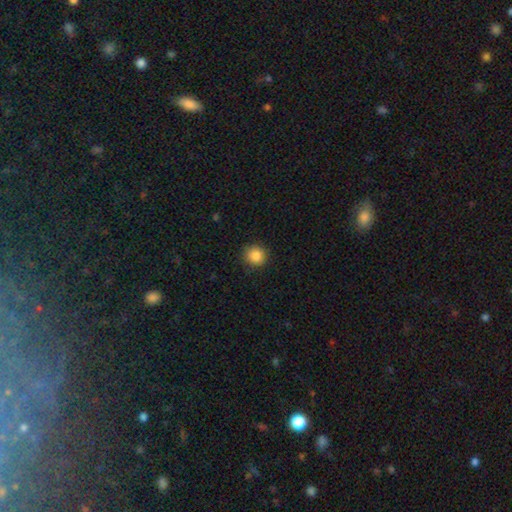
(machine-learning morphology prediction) Smooth or featured: smooth — 86% (star or artifact — 10%)
How rounded: round — 92% (in between — 7%)
Merging: none — 90% (minor disturbance — 7%)